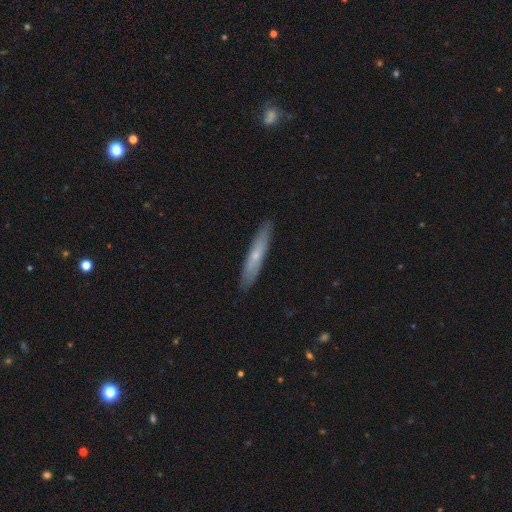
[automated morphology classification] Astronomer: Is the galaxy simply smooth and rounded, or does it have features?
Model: smooth — 52% (runner-up: featured or disk, 42%).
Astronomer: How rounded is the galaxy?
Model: cigar-shaped — 92%.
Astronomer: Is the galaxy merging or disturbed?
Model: none — 89%.